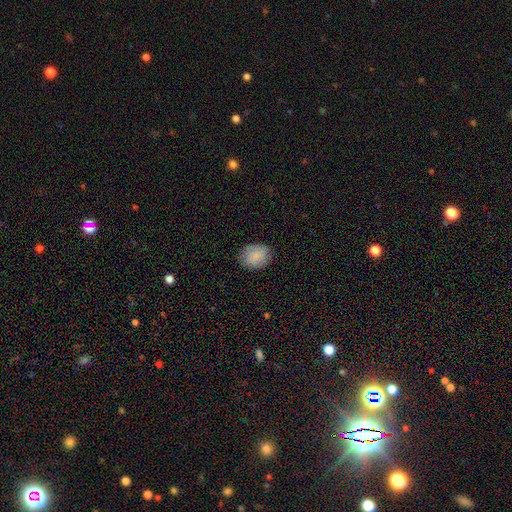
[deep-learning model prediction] smooth-or-featured: smooth: 79% | featured or disk: 14% | star or artifact: 7%
  how-rounded: in between: 56% | round: 43% | cigar-shaped: 1%
  merging: none: 84% | minor disturbance: 13% | major disturbance: 3% | merger: 1%